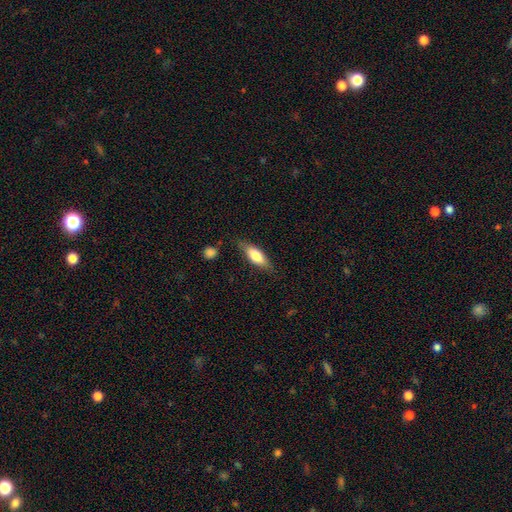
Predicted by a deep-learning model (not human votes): Smooth or featured? Predicted: smooth (p=0.71). How rounded? Predicted: in between (p=0.63). Merging? Predicted: none (p=0.78).